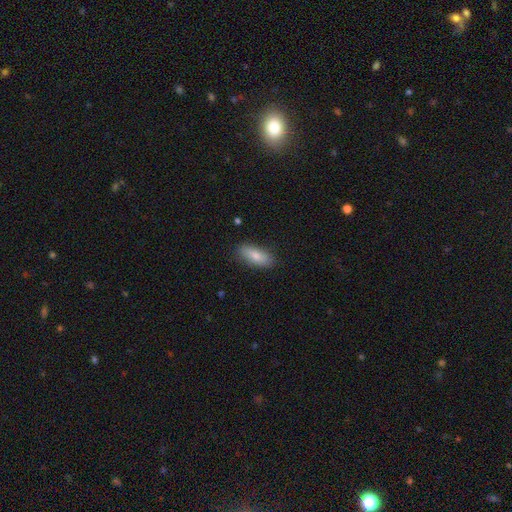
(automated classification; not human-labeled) Smooth or featured: smooth — 81% (featured or disk — 13%)
How rounded: in between — 79% (cigar-shaped — 18%)
Merging: none — 84% (minor disturbance — 13%)